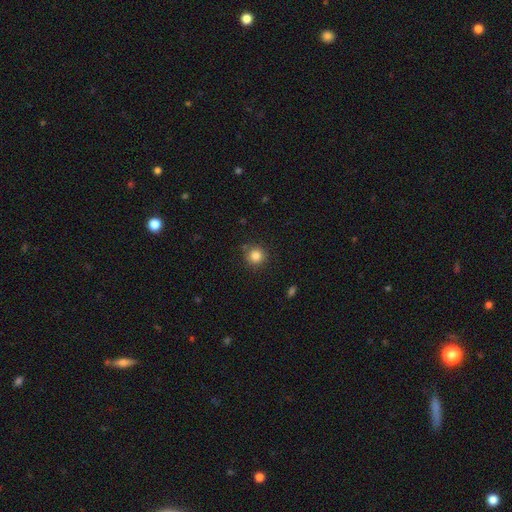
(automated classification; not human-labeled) Q: Smooth or featured?
A: smooth (83%); runner-up: star or artifact (11%)
Q: How rounded?
A: round (94%); runner-up: in between (5%)
Q: Merging?
A: none (85%); runner-up: minor disturbance (10%)